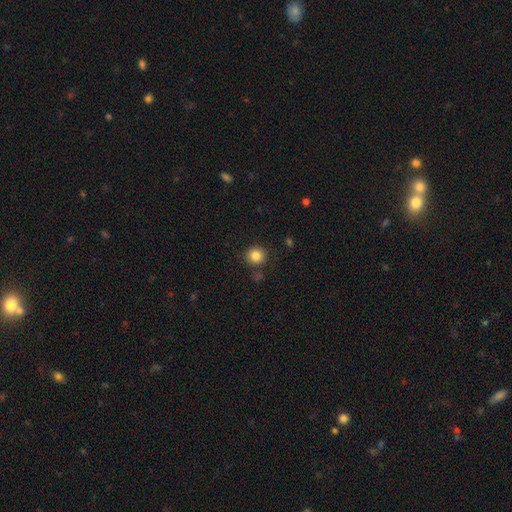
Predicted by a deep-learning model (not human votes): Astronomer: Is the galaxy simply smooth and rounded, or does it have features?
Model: smooth — 84%.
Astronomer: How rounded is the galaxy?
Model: round — 90%.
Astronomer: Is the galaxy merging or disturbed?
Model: none — 85%.